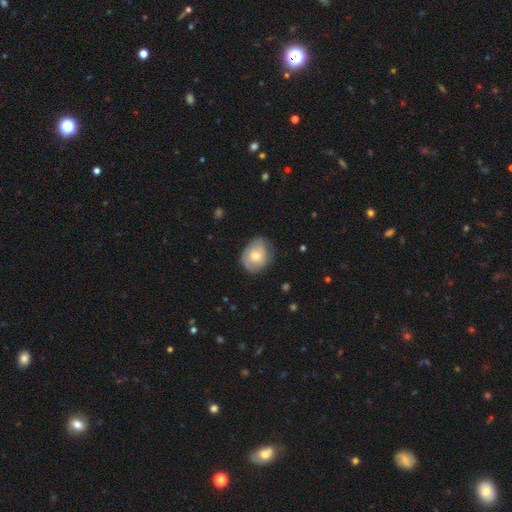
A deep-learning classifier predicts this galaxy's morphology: This appears to be a smooth galaxy with no disk features (54%) that is round (57%). Merging: none (70%).